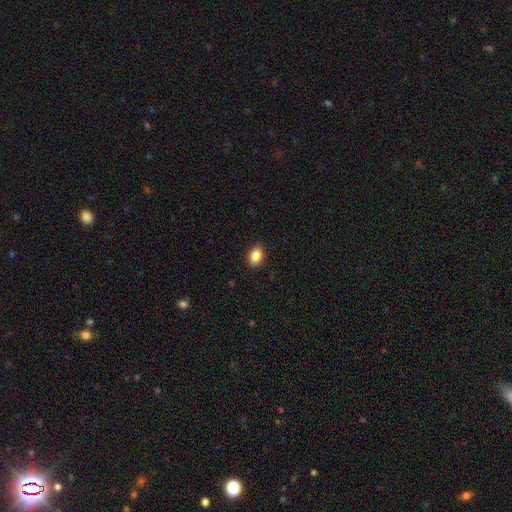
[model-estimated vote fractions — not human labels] Morphology: type=smooth (88%); roundness=in between (74%); merging=none (89%).